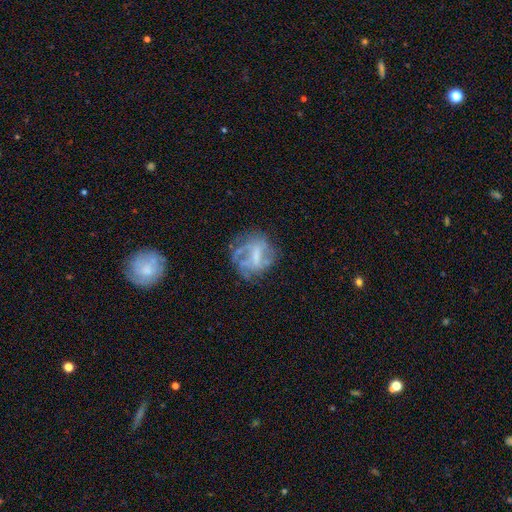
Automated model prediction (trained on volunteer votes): The model was most divided on "bulge size": none: 37%, small: 31%, moderate: 27%, large: 4%, dominant: 1%. Remaining: edge-on disk — no (97%); smooth or featured — featured or disk (67%); spiral arms — yes (54%); merging — none (52%); bar — weak (43%).